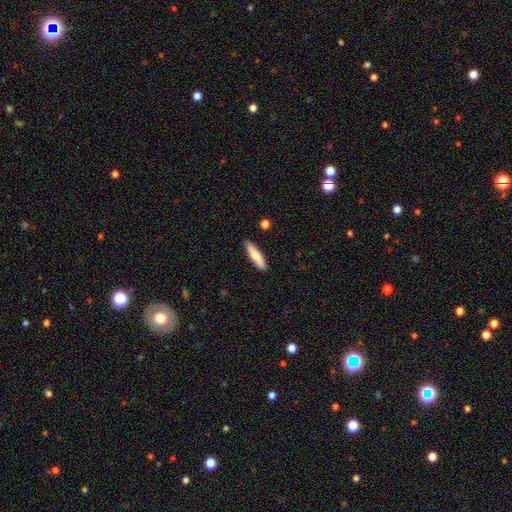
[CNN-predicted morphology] Smooth or featured? smooth (75%)
How rounded? cigar-shaped (77%)
Merging? none (87%)